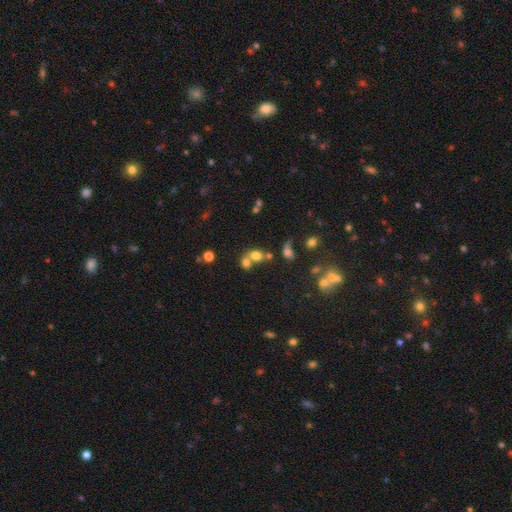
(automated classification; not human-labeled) Smooth or featured?
  - smooth: 68% *
  - star or artifact: 17%
  - featured or disk: 15%
How rounded?
  - round: 62% *
  - in between: 37%
  - cigar-shaped: 2%
Merging?
  - merger: 57% *
  - none: 30%
  - minor disturbance: 7%
  - major disturbance: 5%